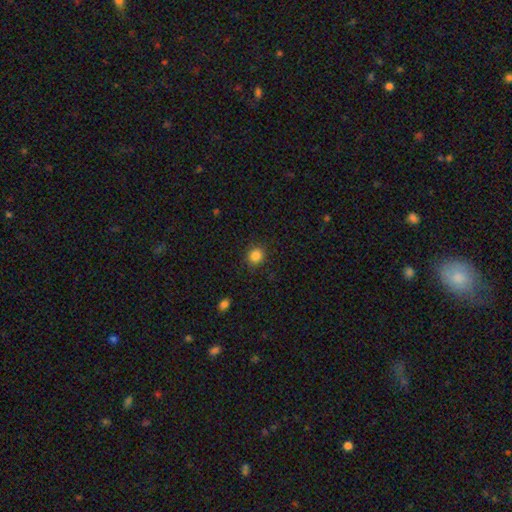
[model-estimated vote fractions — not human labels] The model was most divided on "smooth or featured": smooth: 85%, star or artifact: 11%, featured or disk: 4%. More confident: merging — none (88%); how rounded — round (87%).